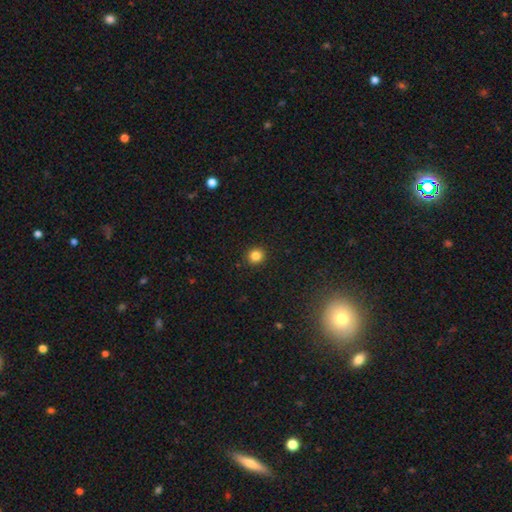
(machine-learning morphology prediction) smooth 84%, star or artifact 12%, featured or disk 4%. Down the decision tree: how rounded — round (92%); merging — none (93%).